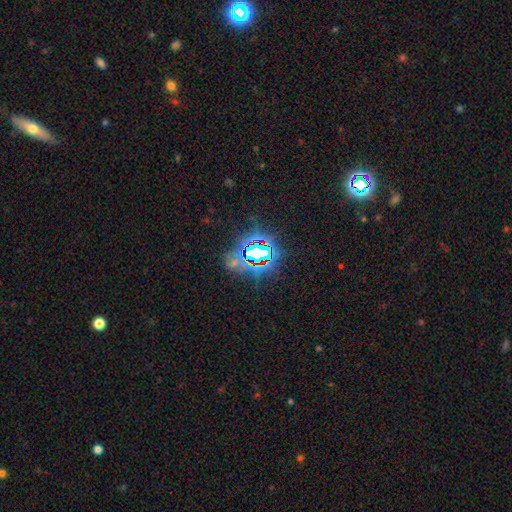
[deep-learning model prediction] This is likely a star or artifact rather than a galaxy (80%).